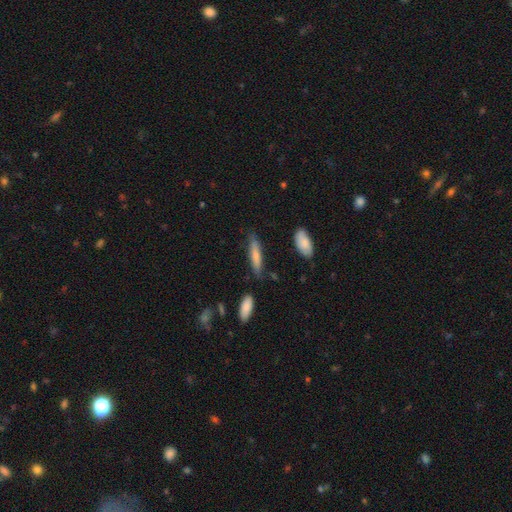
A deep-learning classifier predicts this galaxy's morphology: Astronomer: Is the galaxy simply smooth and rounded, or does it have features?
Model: smooth — 70%.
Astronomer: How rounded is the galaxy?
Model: cigar-shaped — 82%.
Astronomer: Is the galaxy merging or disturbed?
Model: none — 77%.